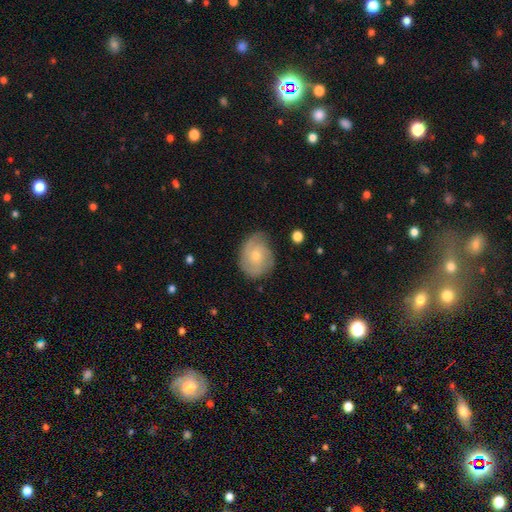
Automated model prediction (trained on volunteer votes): The model was most divided on "bulge size": small: 50%, moderate: 45%, none: 2%, large: 2%, dominant: 1%. More confident: edge-on disk — no (97%); spiral arms — yes (86%); bar — no (75%); merging — none (70%); smooth or featured — featured or disk (56%).